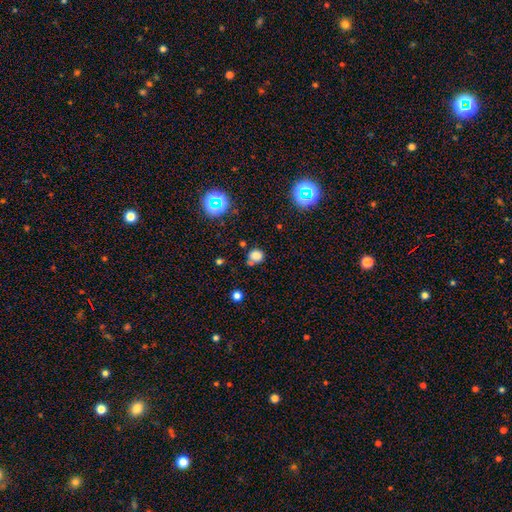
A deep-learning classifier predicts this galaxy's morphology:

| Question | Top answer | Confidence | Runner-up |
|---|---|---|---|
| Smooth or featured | smooth | 75% | star or artifact (19%) |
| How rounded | round | 80% | in between (18%) |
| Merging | none | 61% | minor disturbance (20%) |